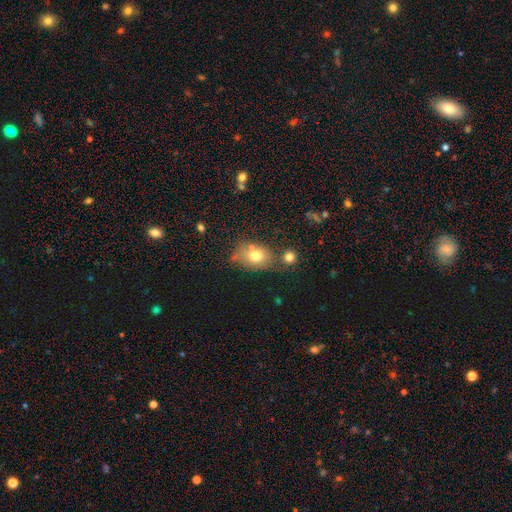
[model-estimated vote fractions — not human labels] Smooth or featured? smooth (72%)
How rounded? in between (68%)
Merging? none (54%)